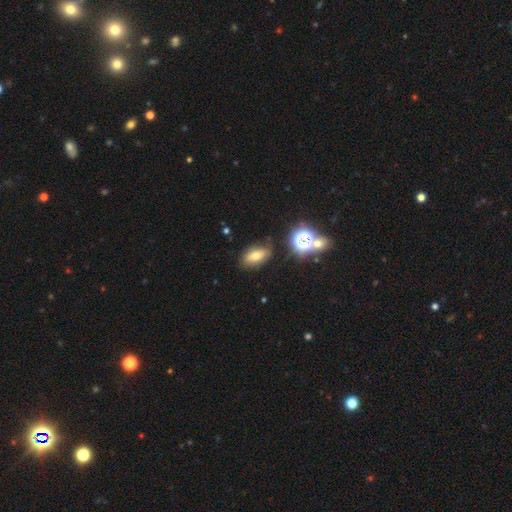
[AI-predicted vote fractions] A smooth galaxy with no disk features (65%) that is in between round and cigar-shaped (82%).

Vote fractions:
- Smooth or featured? smooth: 65% / featured or disk: 18% / star or artifact: 17%
- How rounded? in between: 82% / round: 11% / cigar-shaped: 7%
- Merging? none: 78% / minor disturbance: 14% / merger: 4% / major disturbance: 4%